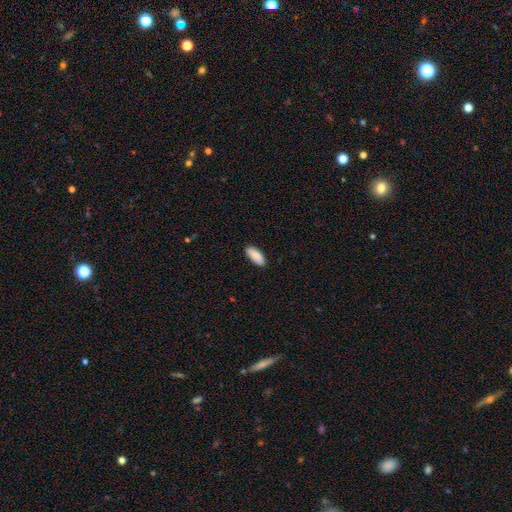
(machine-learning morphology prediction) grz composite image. It shows a smooth galaxy with no disk features (90%) that is in between round and cigar-shaped (79%). Merging: none (89%).